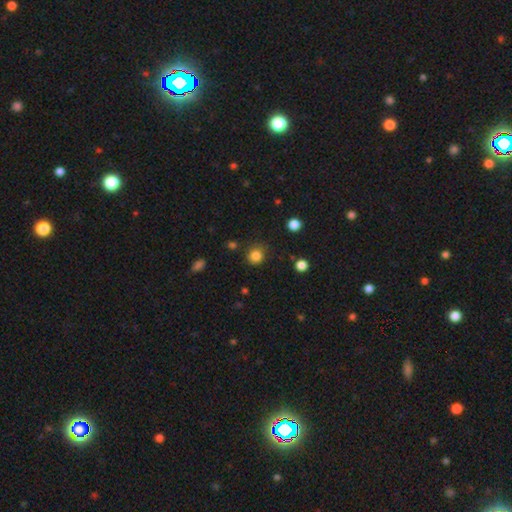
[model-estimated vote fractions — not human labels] Overall: smooth (84%). How rounded: round (88%). Merging: none (83%).